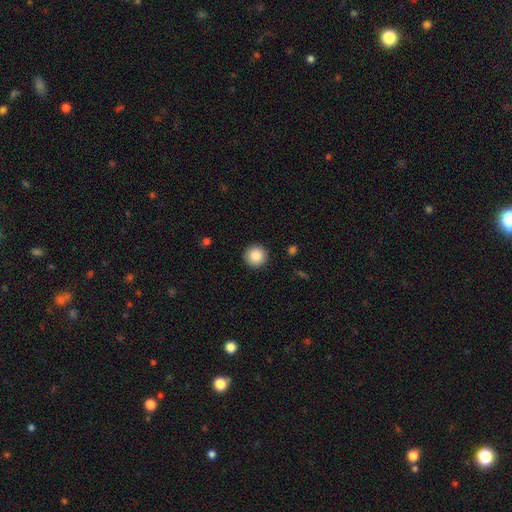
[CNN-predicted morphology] A smooth galaxy with no disk features (86%) that is round (96%).

Vote fractions:
- Smooth or featured? smooth: 86% / star or artifact: 8% / featured or disk: 5%
- How rounded? round: 96% / in between: 3% / cigar-shaped: 1%
- Merging? none: 92% / minor disturbance: 5% / major disturbance: 2% / merger: 1%